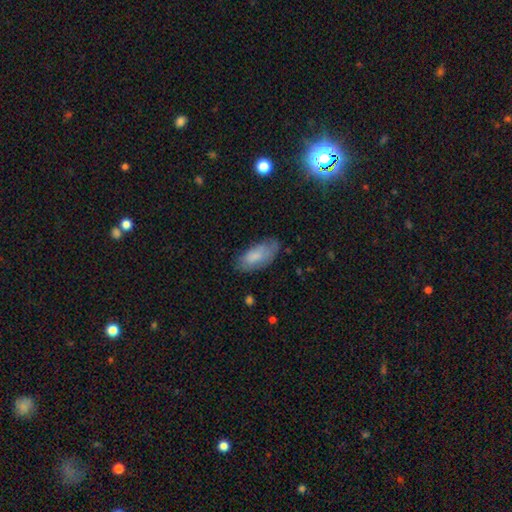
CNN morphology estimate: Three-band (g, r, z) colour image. It shows a smooth galaxy with no disk features (78%) that is in between round and cigar-shaped (89%). Merging: none (65%).